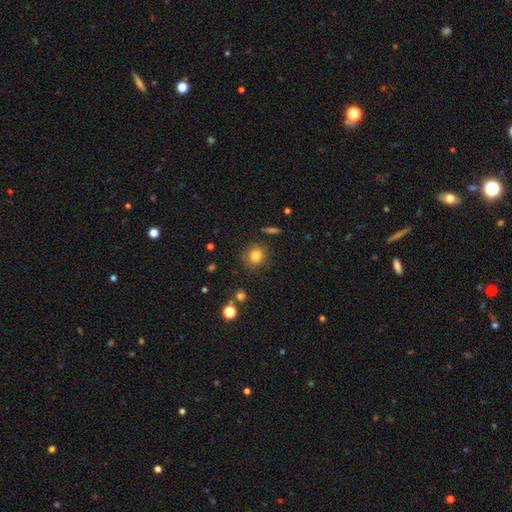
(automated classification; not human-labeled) Overall: smooth (82%). How rounded: round (86%). Merging: none (79%).